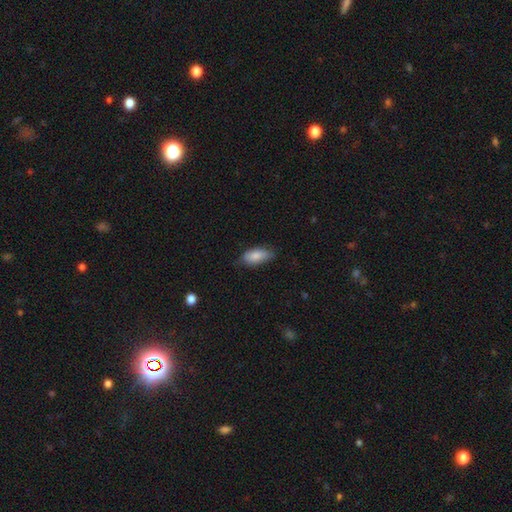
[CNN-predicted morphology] Q: Smooth or featured?
A: smooth (82%); runner-up: featured or disk (12%)
Q: How rounded?
A: in between (89%); runner-up: cigar-shaped (9%)
Q: Merging?
A: none (71%); runner-up: minor disturbance (24%)